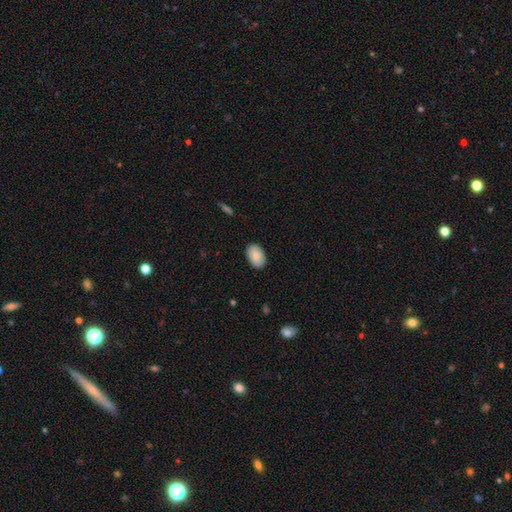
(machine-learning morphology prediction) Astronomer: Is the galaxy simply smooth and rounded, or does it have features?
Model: smooth — 85%.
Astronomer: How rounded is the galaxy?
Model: in between — 91%.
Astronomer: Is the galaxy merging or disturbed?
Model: none — 88%.